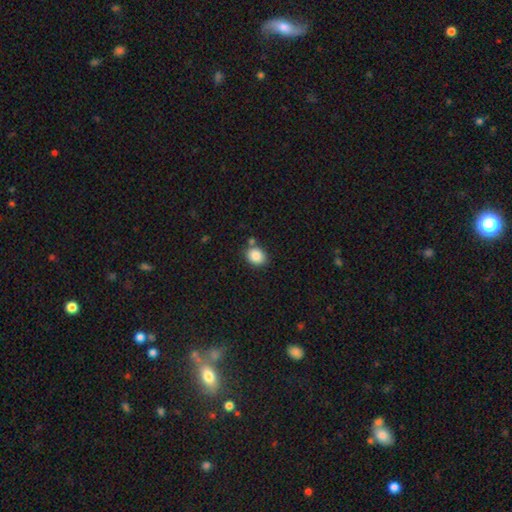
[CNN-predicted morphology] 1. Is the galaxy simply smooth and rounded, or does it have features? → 87% smooth, 9% star or artifact, 5% featured or disk.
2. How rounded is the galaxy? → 50% round, 49% in between, 1% cigar-shaped.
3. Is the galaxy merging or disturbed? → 75% none, 12% minor disturbance, 10% merger, 3% major disturbance.